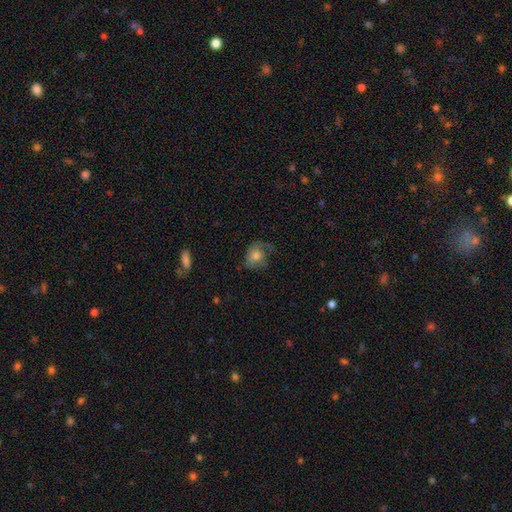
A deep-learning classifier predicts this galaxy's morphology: Q: Smooth or featured?
A: smooth (50%); runner-up: featured or disk (41%)
Q: Merging?
A: none (49%); runner-up: minor disturbance (25%)